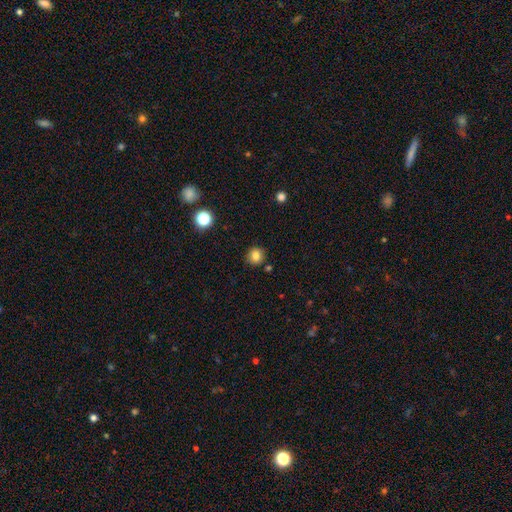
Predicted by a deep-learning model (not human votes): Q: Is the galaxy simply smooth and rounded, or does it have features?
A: smooth — 82%.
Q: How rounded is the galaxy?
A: round — 91%.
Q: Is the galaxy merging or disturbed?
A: none — 88%.